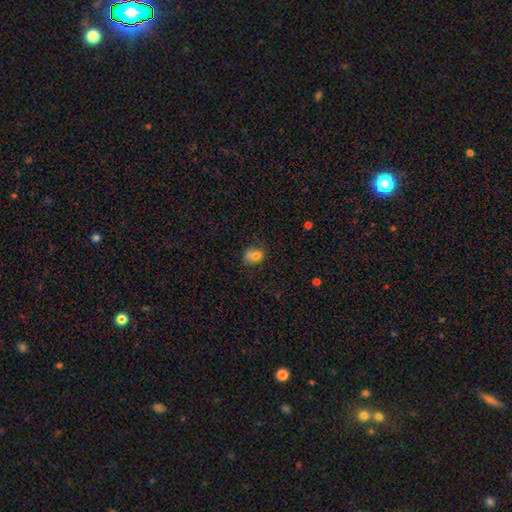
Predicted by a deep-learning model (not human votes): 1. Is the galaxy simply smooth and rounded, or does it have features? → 74% smooth, 14% featured or disk, 11% star or artifact.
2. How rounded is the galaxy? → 51% round, 48% in between, 1% cigar-shaped.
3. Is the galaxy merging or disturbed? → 41% none, 26% minor disturbance, 21% merger, 12% major disturbance.